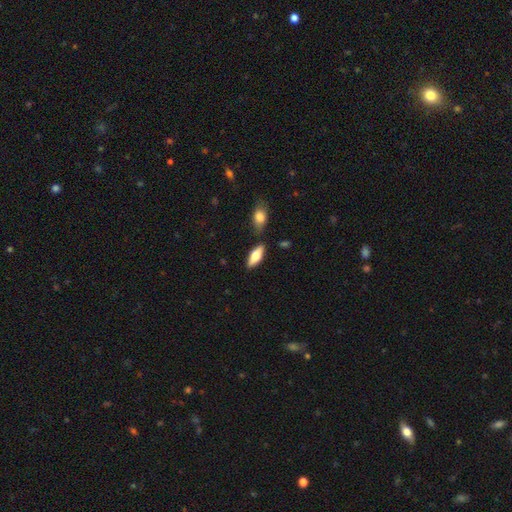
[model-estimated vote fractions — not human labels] Morphology: type=smooth (69%); roundness=in between (74%); merging=none (78%).